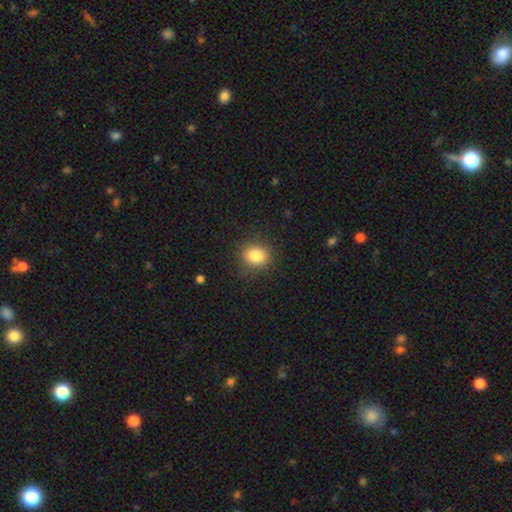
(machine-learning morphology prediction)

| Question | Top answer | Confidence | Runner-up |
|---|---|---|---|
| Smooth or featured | smooth | 83% | star or artifact (11%) |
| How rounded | round | 66% | in between (33%) |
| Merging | none | 86% | minor disturbance (9%) |